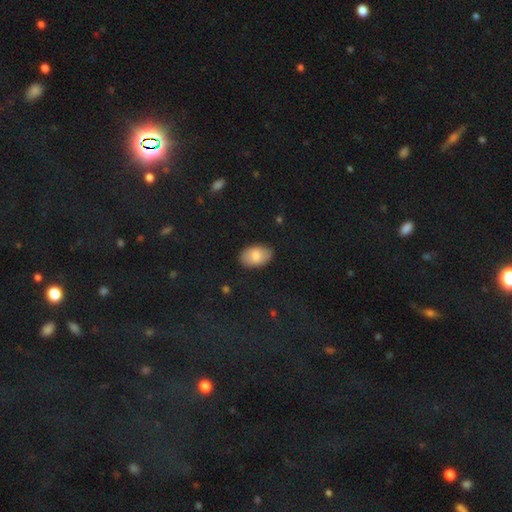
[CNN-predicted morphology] The model was most divided on "smooth or featured": smooth: 80%, featured or disk: 13%, star or artifact: 7%. More confident: how rounded — in between (92%); merging — none (86%).